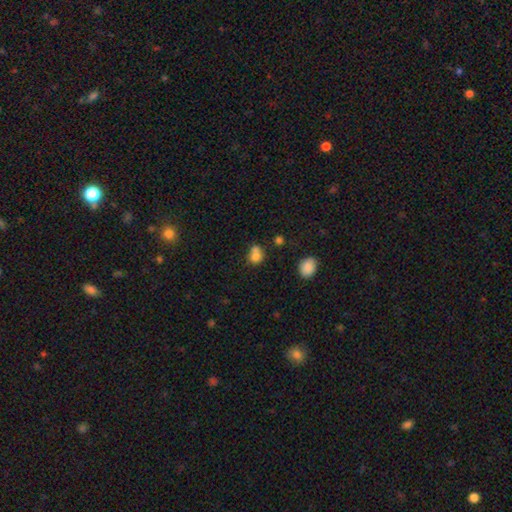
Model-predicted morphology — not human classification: smooth_or_featured: smooth (p=0.75) [alt: featured or disk p=0.13]
how_rounded: round (p=0.68) [alt: in between p=0.31]
merging: merger (p=0.51) [alt: none p=0.34]